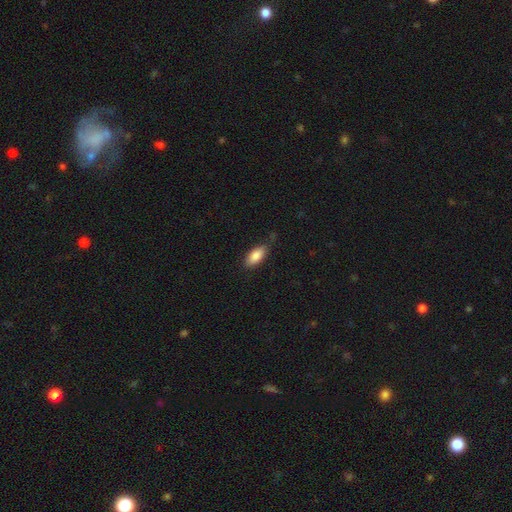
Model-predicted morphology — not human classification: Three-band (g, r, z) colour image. It shows a smooth galaxy with no disk features (85%) that is in between round and cigar-shaped (86%). Merging: none (73%).